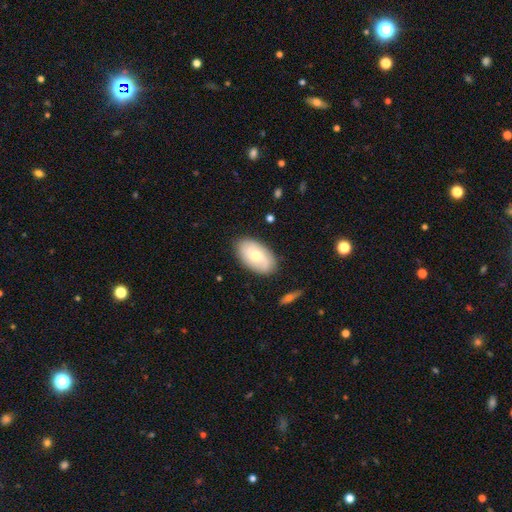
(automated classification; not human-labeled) Smooth or featured? Predicted: smooth (p=0.49). Merging? Predicted: none (p=0.83).